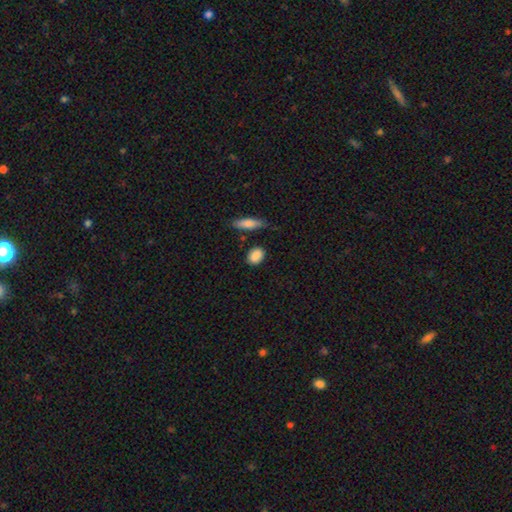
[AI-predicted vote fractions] Smooth or featured? Predicted: smooth (p=0.87). How rounded? Predicted: in between (p=0.65). Merging? Predicted: none (p=0.79).